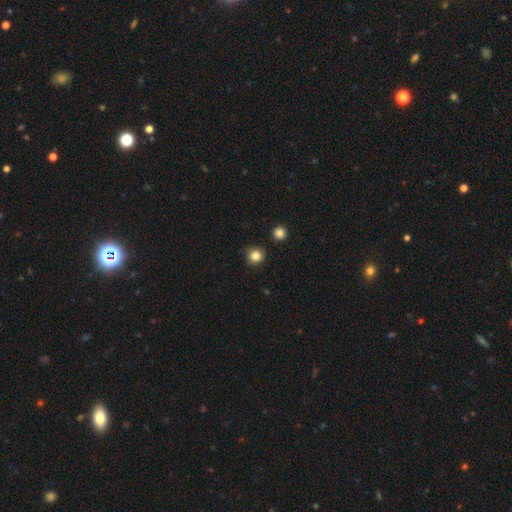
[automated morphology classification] smooth_or_featured: smooth (p=0.83) [alt: star or artifact p=0.11]
how_rounded: round (p=0.91) [alt: in between p=0.08]
merging: none (p=0.83) [alt: minor disturbance p=0.12]